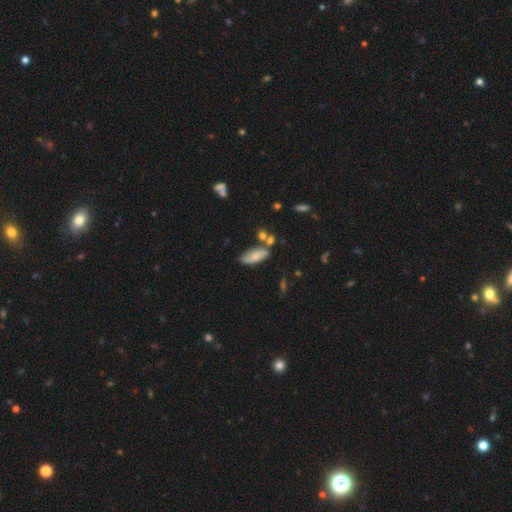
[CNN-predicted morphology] smooth 67%, featured or disk 25%, star or artifact 8%. Down the decision tree: how rounded — in between (77%); merging — none (59%).